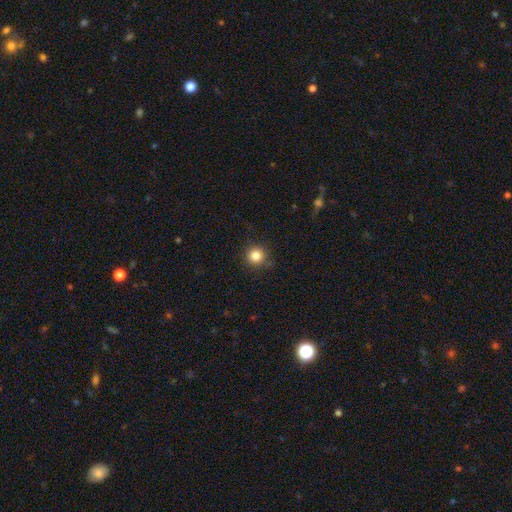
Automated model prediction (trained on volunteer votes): Smooth or featured?
  - smooth: 84% *
  - star or artifact: 11%
  - featured or disk: 5%
How rounded?
  - round: 94% *
  - in between: 5%
  - cigar-shaped: 1%
Merging?
  - none: 87% *
  - minor disturbance: 10%
  - major disturbance: 3%
  - merger: 1%